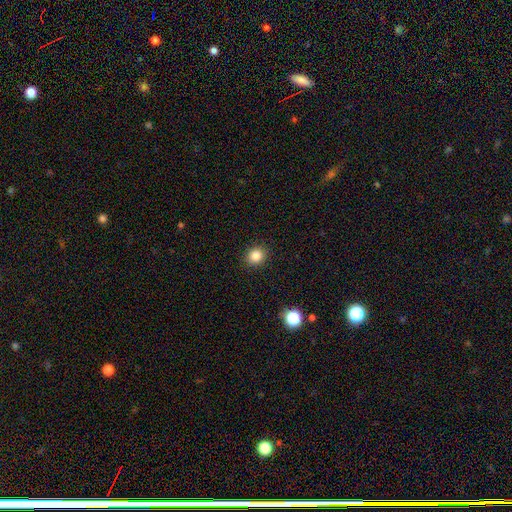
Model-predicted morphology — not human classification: type=smooth (84%); roundness=round (78%); merging=none (91%).